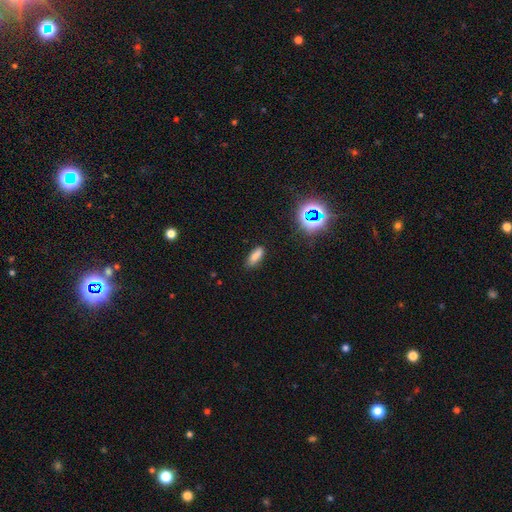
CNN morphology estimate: smooth_or_featured: smooth (p=0.80) [alt: star or artifact p=0.14]
how_rounded: in between (p=0.68) [alt: cigar-shaped p=0.29]
merging: none (p=0.82) [alt: minor disturbance p=0.14]